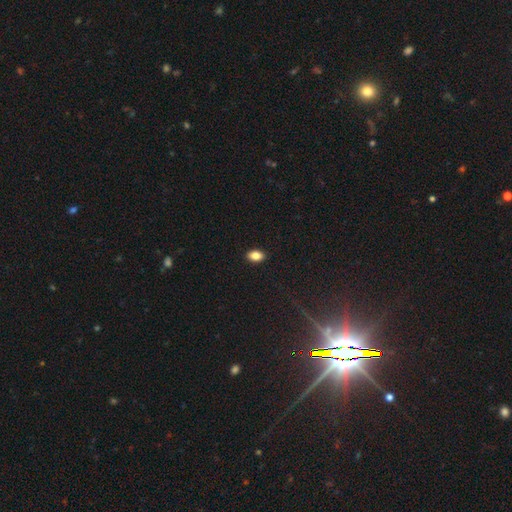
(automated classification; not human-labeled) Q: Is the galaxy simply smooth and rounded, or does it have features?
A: smooth — 85%.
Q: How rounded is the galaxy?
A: in between — 87%.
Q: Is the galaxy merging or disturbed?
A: none — 90%.